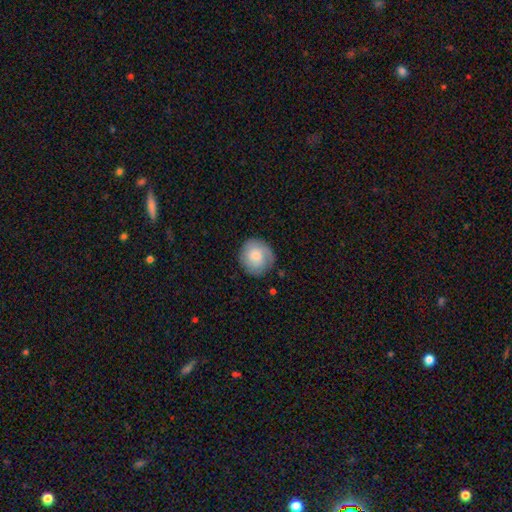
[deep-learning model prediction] Smooth or featured: smooth — 65% (featured or disk — 28%)
How rounded: round — 88% (in between — 11%)
Merging: none — 79% (minor disturbance — 15%)